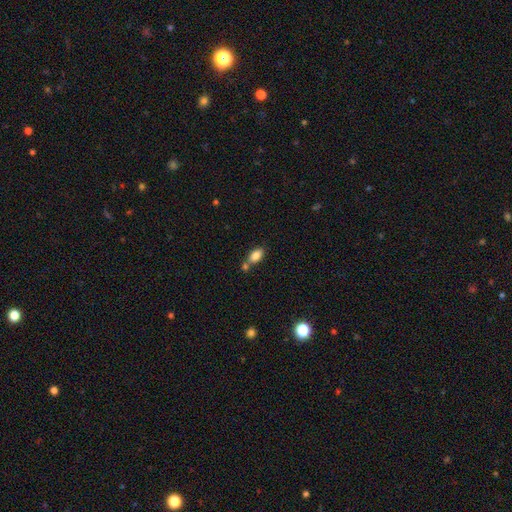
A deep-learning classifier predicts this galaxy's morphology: Q: Smooth or featured?
A: smooth (84%); runner-up: star or artifact (8%)
Q: How rounded?
A: in between (91%); runner-up: cigar-shaped (5%)
Q: Merging?
A: none (56%); runner-up: merger (27%)